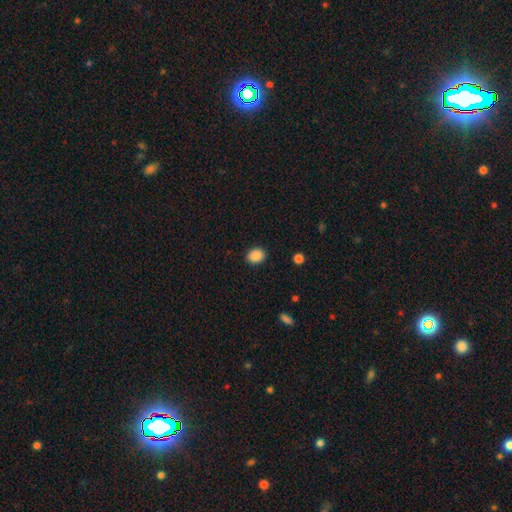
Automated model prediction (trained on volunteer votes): Smooth or featured? smooth (89%)
How rounded? in between (56%)
Merging? none (89%)